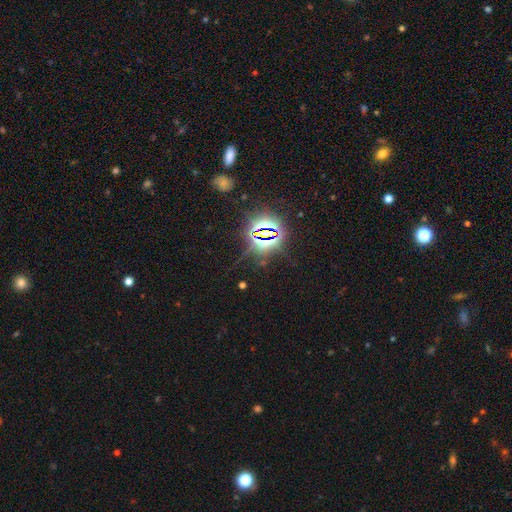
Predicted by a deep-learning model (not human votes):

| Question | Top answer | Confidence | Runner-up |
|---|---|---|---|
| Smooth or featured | star or artifact | 81% | smooth (11%) |